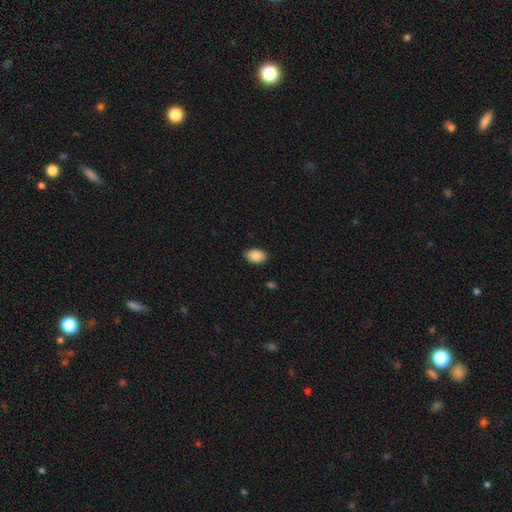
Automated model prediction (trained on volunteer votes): This is clearly a smooth galaxy (90%). How rounded: clearly in between (86%). Merging: clearly none (87%).